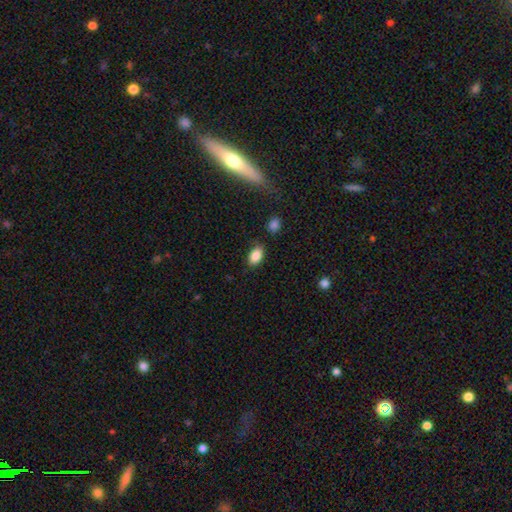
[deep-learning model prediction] Smooth or featured? smooth (87%)
How rounded? in between (87%)
Merging? none (78%)